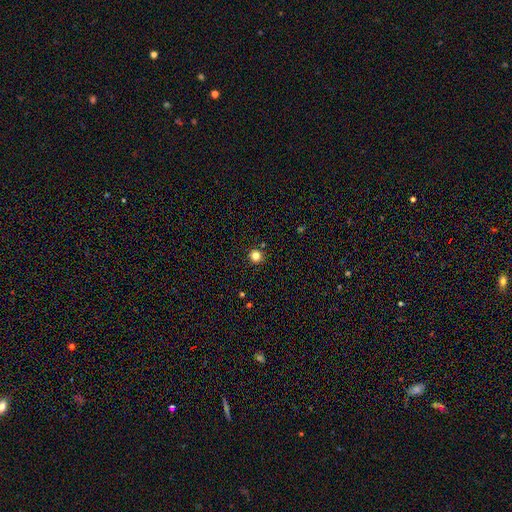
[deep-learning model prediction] Q: Smooth or featured?
A: smooth (81%); runner-up: star or artifact (14%)
Q: How rounded?
A: round (96%); runner-up: in between (3%)
Q: Merging?
A: none (92%); runner-up: minor disturbance (5%)